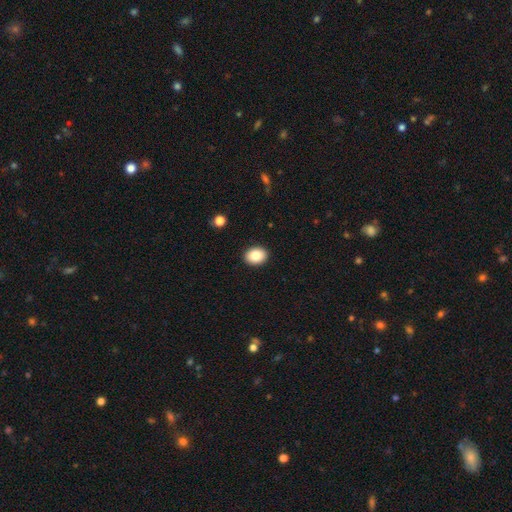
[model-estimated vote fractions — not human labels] Smooth or featured: smooth — 86% (star or artifact — 8%)
How rounded: in between — 61% (round — 38%)
Merging: none — 91% (minor disturbance — 6%)